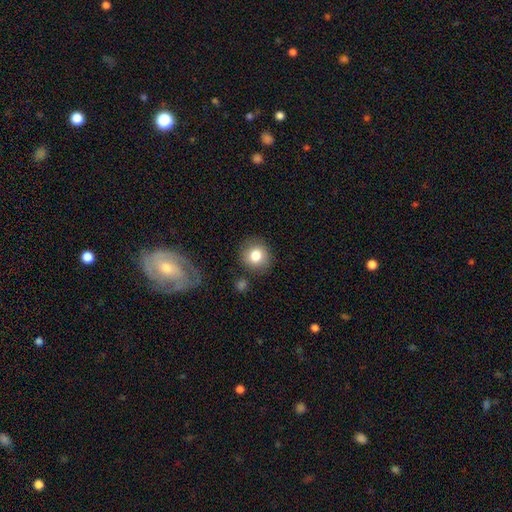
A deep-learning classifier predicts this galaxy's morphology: Smooth or featured: smooth — 81% (featured or disk — 9%)
How rounded: round — 89% (in between — 11%)
Merging: none — 82% (minor disturbance — 11%)